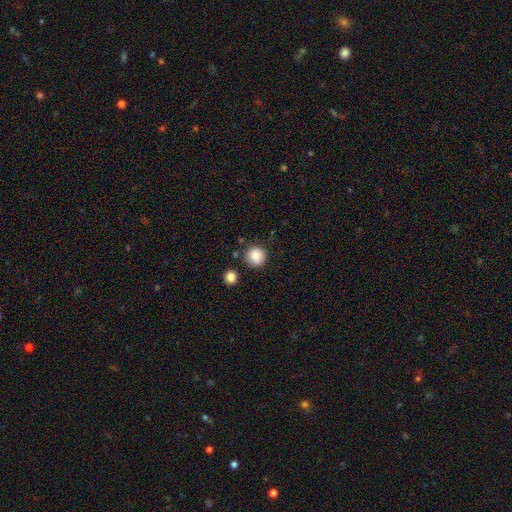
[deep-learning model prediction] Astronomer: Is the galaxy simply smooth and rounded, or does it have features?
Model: smooth — 86%.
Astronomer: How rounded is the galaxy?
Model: round — 95%.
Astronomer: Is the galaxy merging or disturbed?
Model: none — 86%.